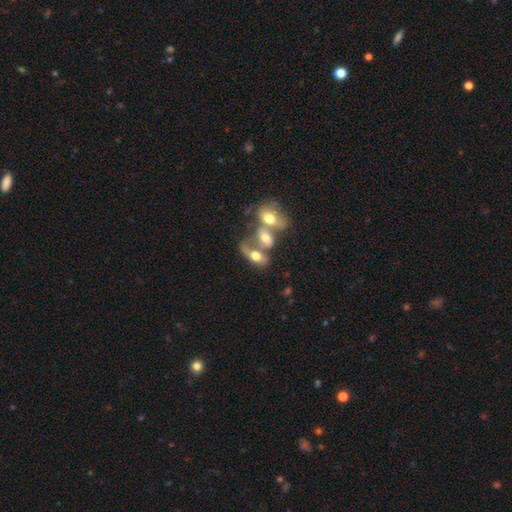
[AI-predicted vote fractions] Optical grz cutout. It shows a smooth galaxy with no disk features (54%) that is in between round and cigar-shaped (84%). Merging: merger (65%).